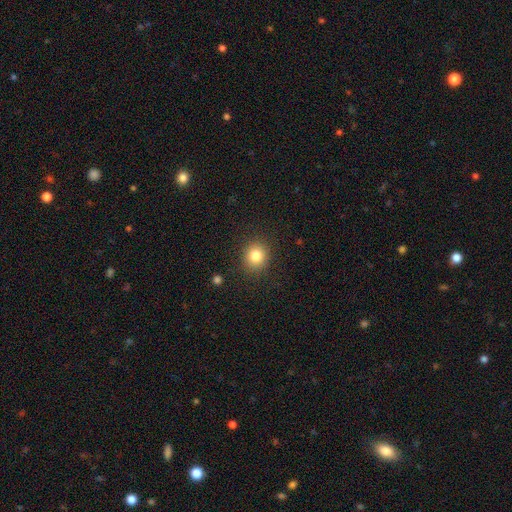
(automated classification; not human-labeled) Smooth or featured?
  - smooth: 81% *
  - star or artifact: 12%
  - featured or disk: 8%
How rounded?
  - round: 83% *
  - in between: 16%
  - cigar-shaped: 1%
Merging?
  - none: 89% *
  - minor disturbance: 8%
  - major disturbance: 3%
  - merger: 1%